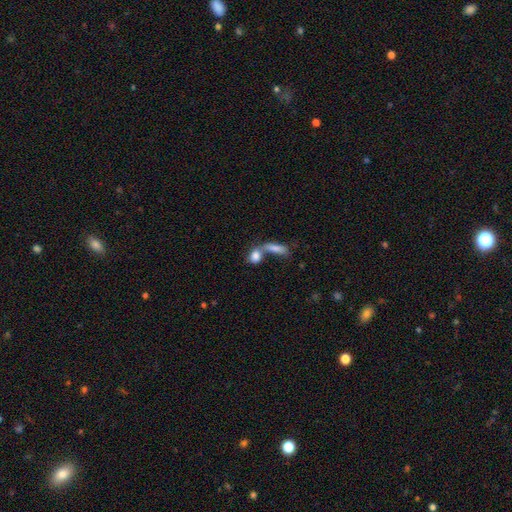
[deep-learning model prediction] Q: Smooth or featured?
A: smooth (81%); runner-up: featured or disk (11%)
Q: How rounded?
A: in between (64%); runner-up: round (26%)
Q: Merging?
A: merger (59%); runner-up: none (27%)